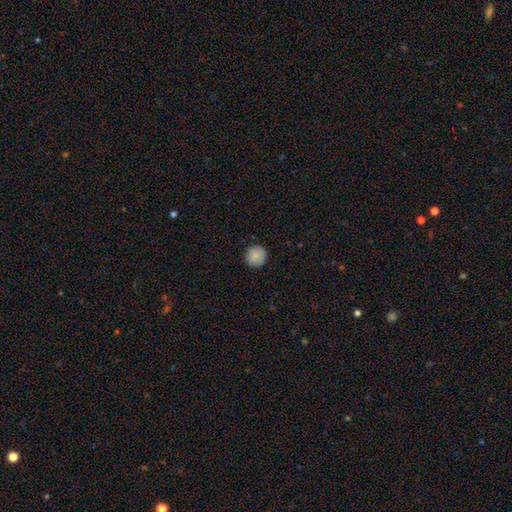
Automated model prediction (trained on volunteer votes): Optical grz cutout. It shows a smooth galaxy with no disk features (87%) that is round (94%). Merging: none (90%).